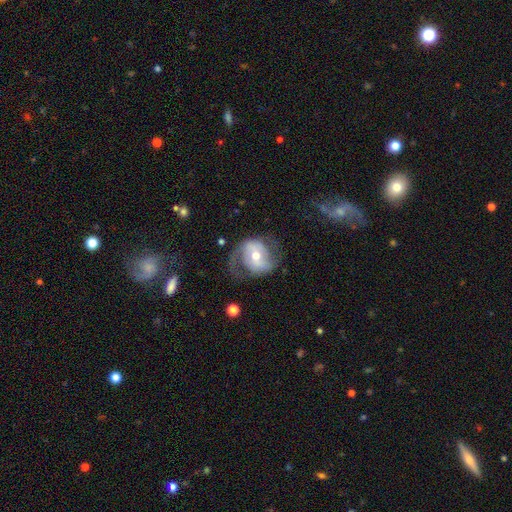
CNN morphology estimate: This appears to be a featured or disk galaxy (75%) with a weak bar (38%, tied with no), 2 (81%) medium (45%) spiral arms (85%) and a moderate central bulge (67%). Merging: none (57%).